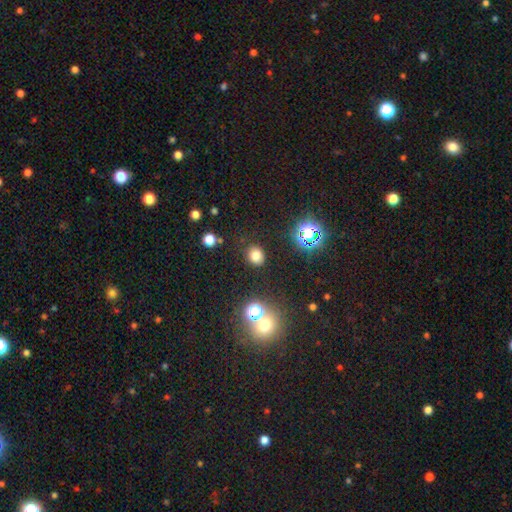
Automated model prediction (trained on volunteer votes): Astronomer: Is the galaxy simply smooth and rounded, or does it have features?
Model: smooth — 76%.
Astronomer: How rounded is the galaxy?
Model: round — 64%.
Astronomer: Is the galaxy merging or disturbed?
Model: none — 85%.